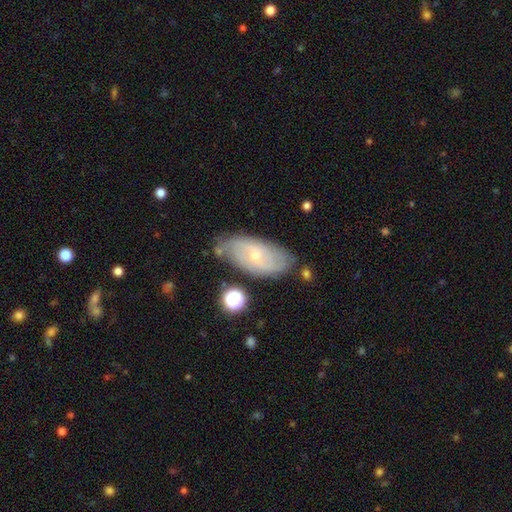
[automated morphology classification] Q: Smooth or featured?
A: featured or disk (65%); runner-up: smooth (28%)
Q: Edge-on disk?
A: no (90%); runner-up: yes (10%)
Q: Bar?
A: no (67%); runner-up: weak (27%)
Q: Spiral arms?
A: yes (80%); runner-up: no (20%)
Q: Bulge size?
A: small (71%); runner-up: moderate (26%)
Q: Merging?
A: none (70%); runner-up: minor disturbance (21%)